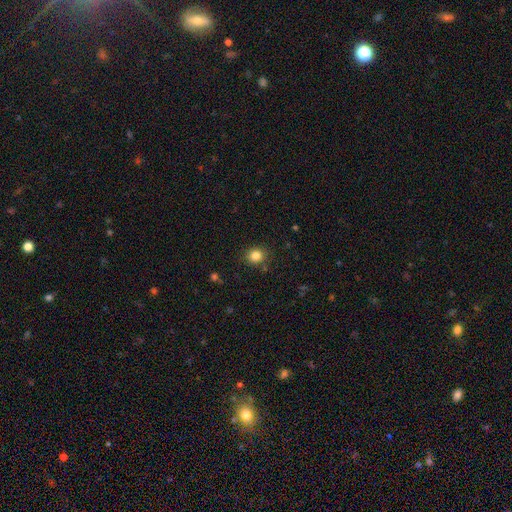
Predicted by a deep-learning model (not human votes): A smooth galaxy with no disk features (84%) that is round (75%).

Vote fractions:
- Smooth or featured? smooth: 84% / star or artifact: 12% / featured or disk: 5%
- How rounded? round: 75% / in between: 24% / cigar-shaped: 1%
- Merging? none: 86% / minor disturbance: 9% / major disturbance: 3% / merger: 2%